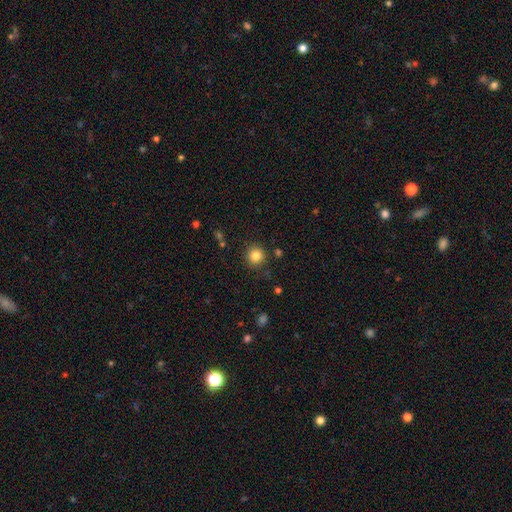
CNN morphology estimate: smooth 83%, star or artifact 11%, featured or disk 5%. Down the decision tree: how rounded — round (93%); merging — none (88%).